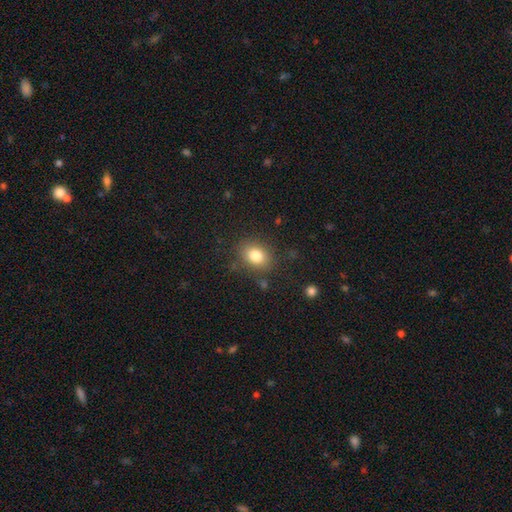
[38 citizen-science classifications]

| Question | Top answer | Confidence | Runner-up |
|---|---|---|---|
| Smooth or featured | smooth | 79% | featured or disk (16%) |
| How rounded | in between | 53% | round (47%) |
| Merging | none | 78% | minor disturbance (19%) |